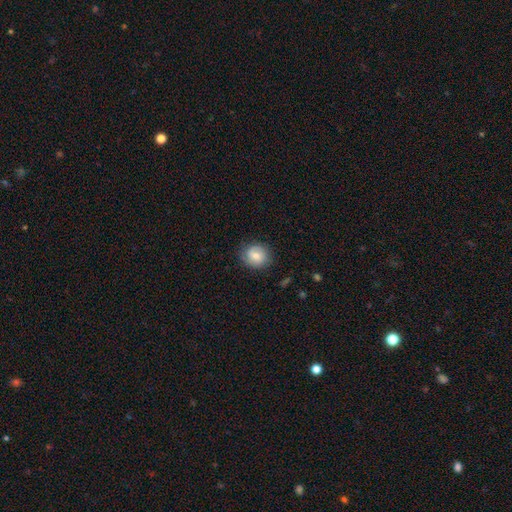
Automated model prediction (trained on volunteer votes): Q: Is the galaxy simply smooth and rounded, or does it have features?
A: smooth — 72%.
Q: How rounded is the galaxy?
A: round — 76%.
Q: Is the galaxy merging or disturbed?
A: none — 81%.